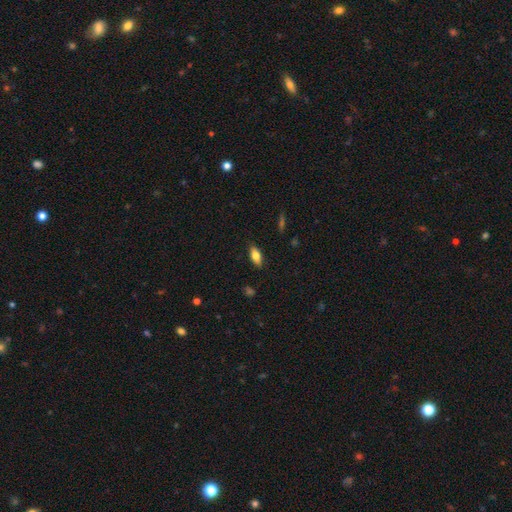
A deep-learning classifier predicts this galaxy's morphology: The model was most divided on "smooth or featured": smooth: 71%, featured or disk: 22%, star or artifact: 7%. More confident: merging — none (87%); how rounded — in between (81%).